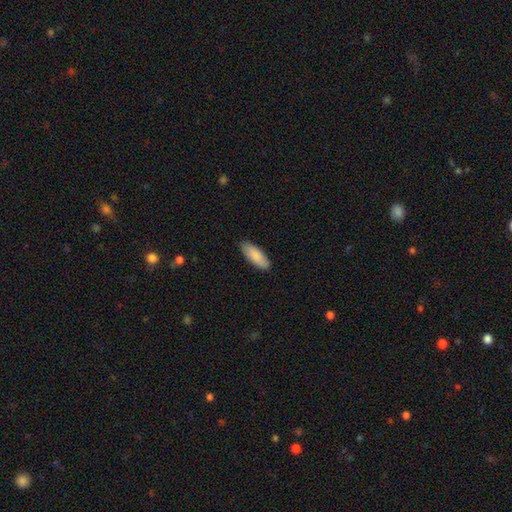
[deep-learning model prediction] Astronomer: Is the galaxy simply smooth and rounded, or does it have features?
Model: smooth — 88%.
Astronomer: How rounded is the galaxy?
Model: in between — 71%.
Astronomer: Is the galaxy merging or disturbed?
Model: none — 88%.